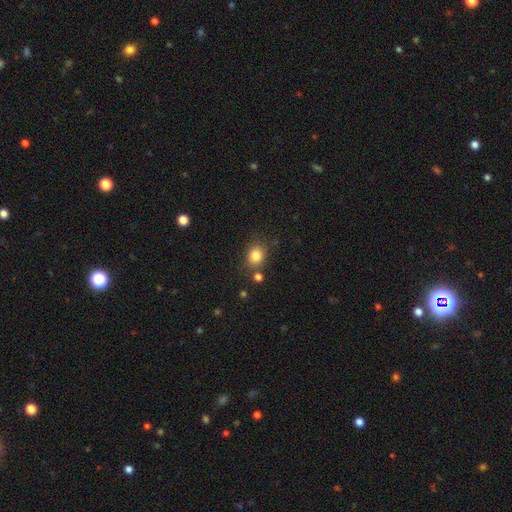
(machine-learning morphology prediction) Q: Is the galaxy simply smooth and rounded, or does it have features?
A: smooth — 82%.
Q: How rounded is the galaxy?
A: round — 63%.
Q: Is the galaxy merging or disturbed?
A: none — 75%.